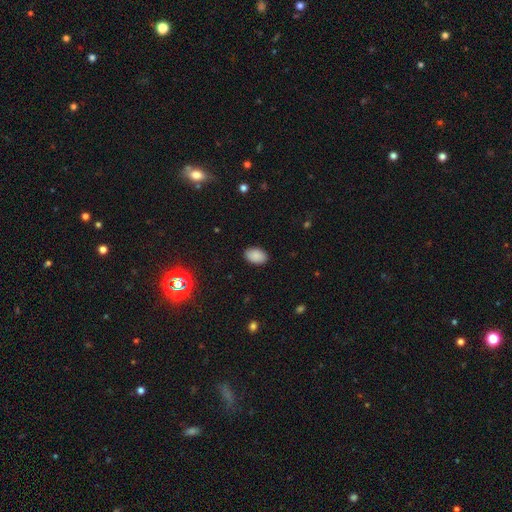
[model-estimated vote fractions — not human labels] This appears to be a smooth galaxy with no disk features (88%) that is in between round and cigar-shaped (91%). Merging: none (89%).